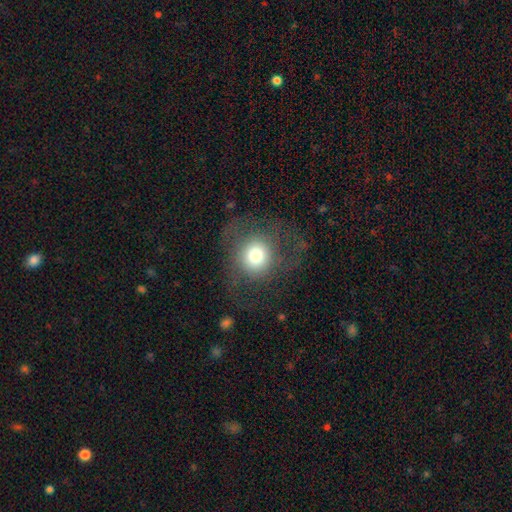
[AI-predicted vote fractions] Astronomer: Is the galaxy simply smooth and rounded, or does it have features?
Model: smooth — 64%.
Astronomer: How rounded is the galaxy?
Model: round — 89%.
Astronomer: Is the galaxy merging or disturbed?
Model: none — 57%.